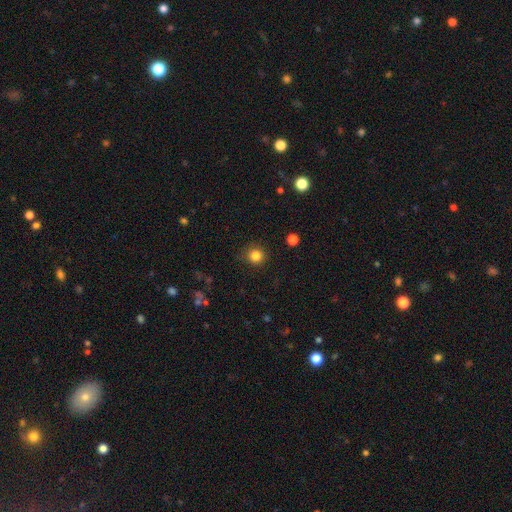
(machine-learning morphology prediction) Smooth or featured?
  - smooth: 84% *
  - star or artifact: 12%
  - featured or disk: 4%
How rounded?
  - round: 94% *
  - in between: 5%
  - cigar-shaped: 1%
Merging?
  - none: 88% *
  - minor disturbance: 8%
  - major disturbance: 3%
  - merger: 1%